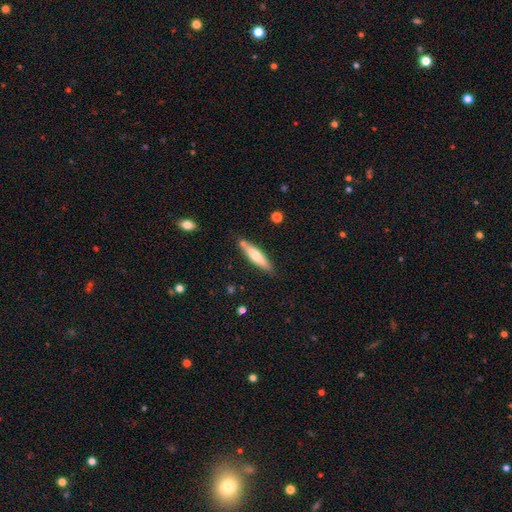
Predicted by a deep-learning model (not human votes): Overall: smooth (59%; featured or disk 35%). How rounded: cigar-shaped (79%). Merging: none (80%).